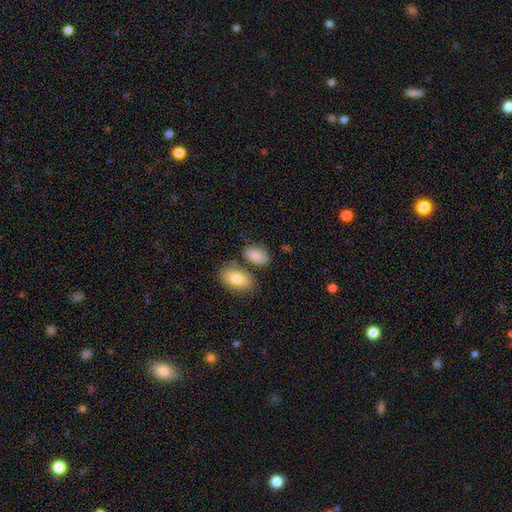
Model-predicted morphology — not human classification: The model was most divided on "merging": none: 62%, merger: 18%, minor disturbance: 15%, major disturbance: 5%. More confident: how rounded — in between (92%); smooth or featured — smooth (84%).